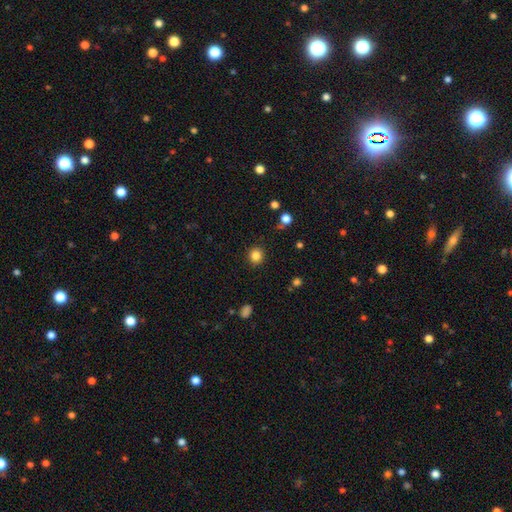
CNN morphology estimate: smooth-or-featured: smooth: 84% | star or artifact: 11% | featured or disk: 5%
  how-rounded: round: 88% | in between: 11% | cigar-shaped: 1%
  merging: none: 89% | minor disturbance: 7% | major disturbance: 2% | merger: 1%